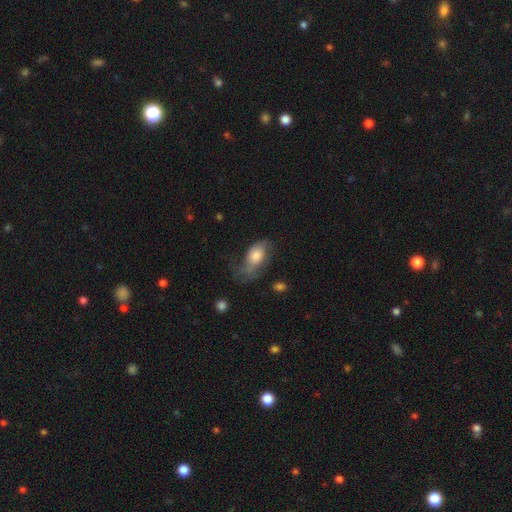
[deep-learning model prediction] Smooth or featured? Predicted: smooth (p=0.51). How rounded? Predicted: in between (p=0.87). Merging? Predicted: major disturbance (p=0.39).